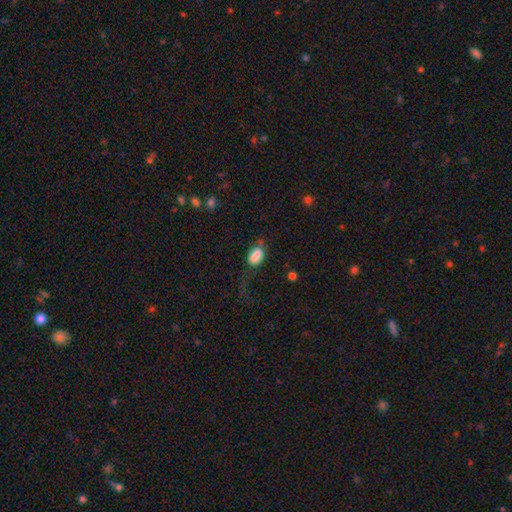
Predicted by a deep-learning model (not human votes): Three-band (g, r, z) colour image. It shows a smooth galaxy with no disk features (79%) that is in between round and cigar-shaped (87%). Merging: none (36%).